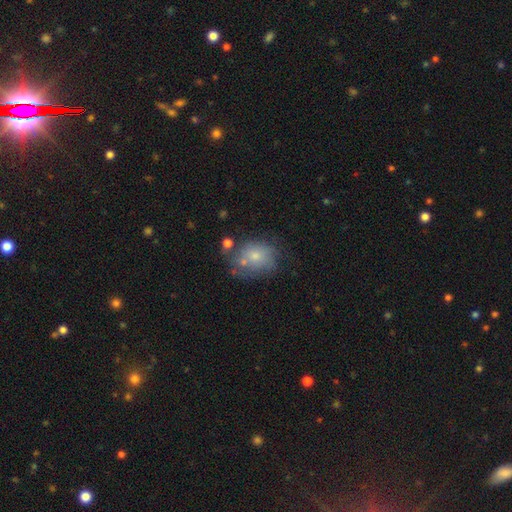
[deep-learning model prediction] Smooth or featured?
  - smooth: 63% *
  - featured or disk: 27%
  - star or artifact: 10%
How rounded?
  - round: 55% *
  - in between: 44%
  - cigar-shaped: 1%
Merging?
  - none: 46% *
  - minor disturbance: 26%
  - major disturbance: 15%
  - merger: 13%